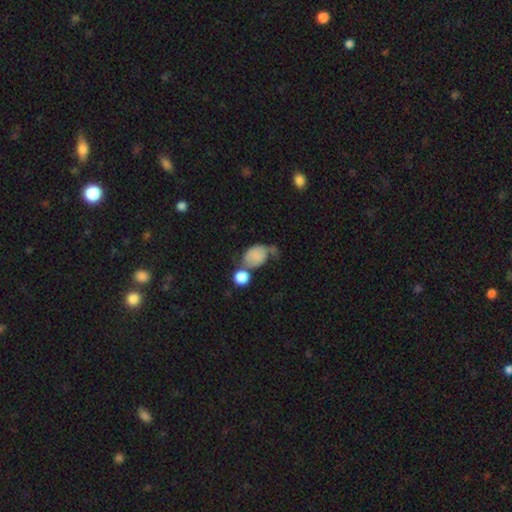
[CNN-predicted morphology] This is likely a smooth galaxy (77%). How rounded: likely in between (68%). Merging: marginally merger (34%).